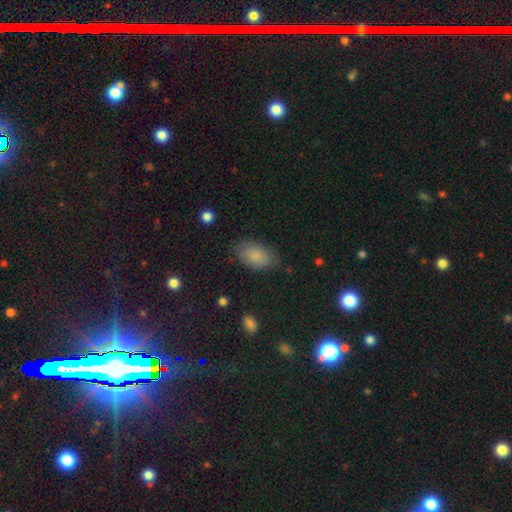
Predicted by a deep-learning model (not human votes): Q: Smooth or featured?
A: smooth (82%); runner-up: featured or disk (10%)
Q: How rounded?
A: in between (92%); runner-up: round (7%)
Q: Merging?
A: none (76%); runner-up: minor disturbance (18%)